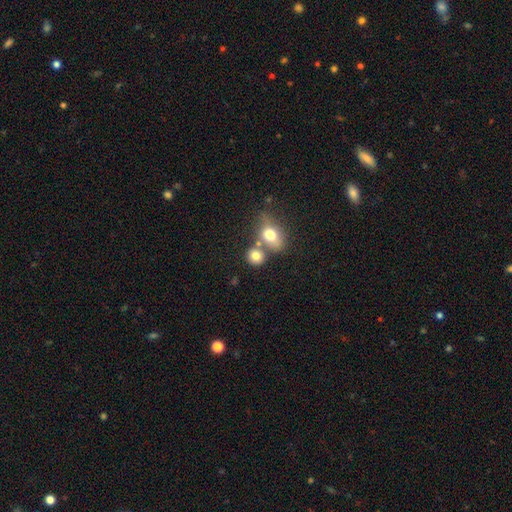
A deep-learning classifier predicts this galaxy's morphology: Smooth or featured? smooth (78%)
How rounded? round (72%)
Merging? none (53%)